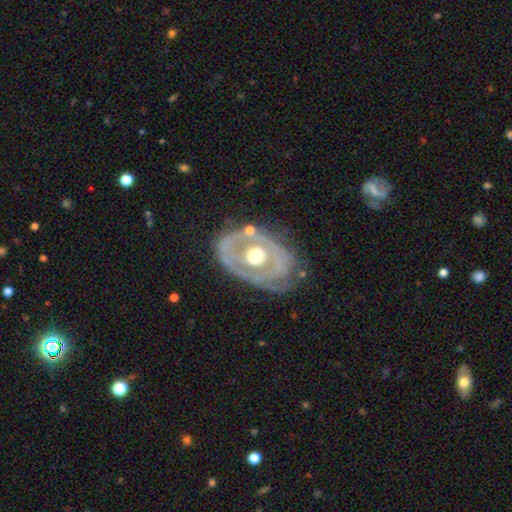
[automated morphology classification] Smooth or featured? Predicted: featured or disk (p=0.79). Edge-on disk? Predicted: no (p=0.95). Bar? Predicted: no (p=0.84). Spiral arms? Predicted: yes (p=0.57). Bulge size? Predicted: moderate (p=0.75). Merging? Predicted: none (p=0.64).